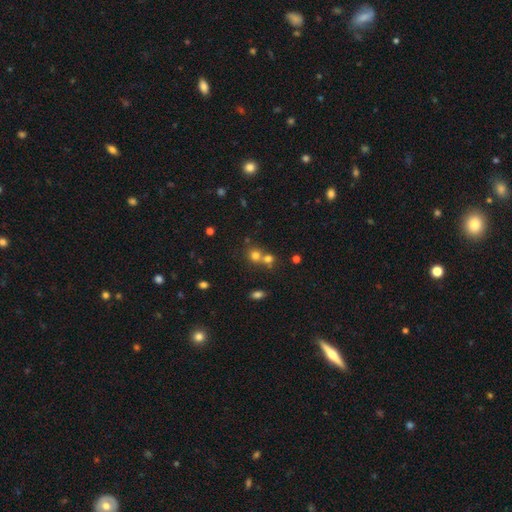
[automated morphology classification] The model was most divided on "merging": none: 47%, merger: 43%, minor disturbance: 6%, major disturbance: 3%. More confident: how rounded — round (84%); smooth or featured — smooth (71%).